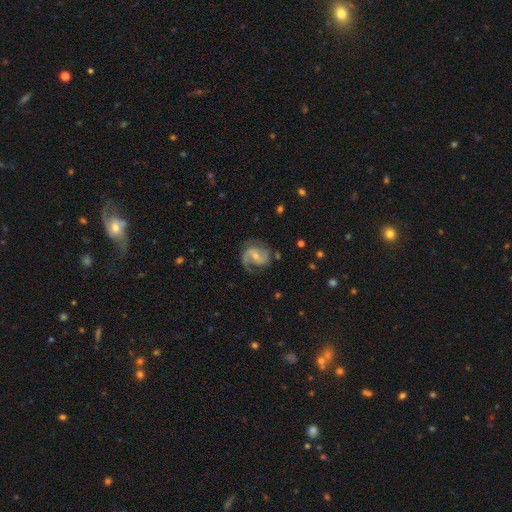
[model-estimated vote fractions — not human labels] Smooth or featured? Predicted: featured or disk (p=0.89). Edge-on disk? Predicted: no (p=0.98). Bar? Predicted: weak (p=0.47). Spiral arms? Predicted: yes (p=0.97). Spiral winding? Predicted: medium (p=0.55). Spiral arm count? Predicted: 2 (p=0.86). Bulge size? Predicted: small (p=0.52). Merging? Predicted: none (p=0.73).